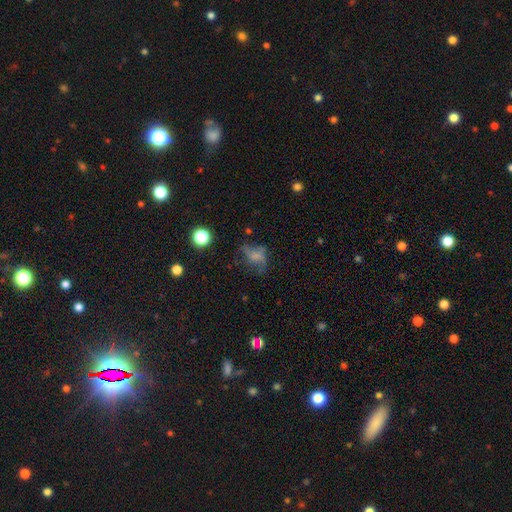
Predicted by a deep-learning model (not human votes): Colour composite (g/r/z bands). It shows a smooth galaxy with no disk features (50%). Merging: none (37%).